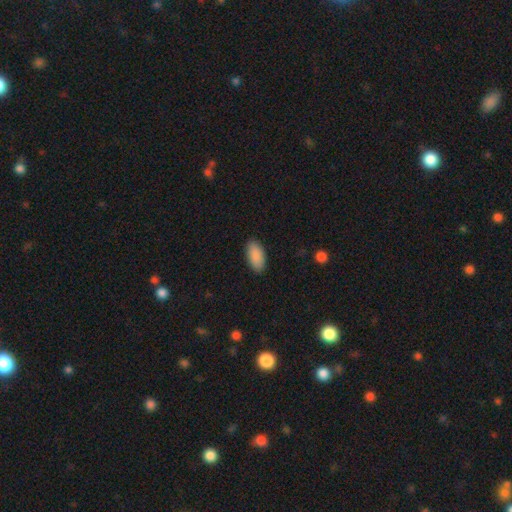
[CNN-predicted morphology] The model was most divided on "merging": none: 89%, minor disturbance: 8%, major disturbance: 2%, merger: 1%. More confident: how rounded — in between (93%); smooth or featured — smooth (90%).